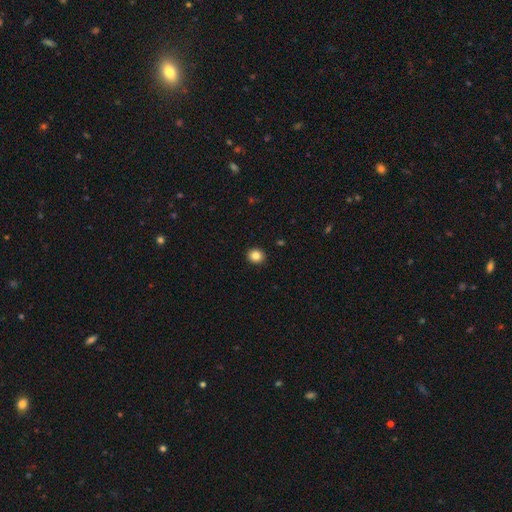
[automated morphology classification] Smooth or featured?
  - smooth: 84% *
  - star or artifact: 11%
  - featured or disk: 5%
How rounded?
  - round: 82% *
  - in between: 17%
  - cigar-shaped: 1%
Merging?
  - none: 93% *
  - minor disturbance: 5%
  - major disturbance: 1%
  - merger: 1%